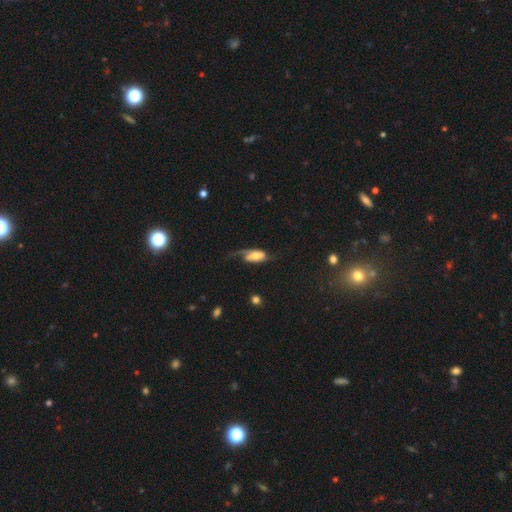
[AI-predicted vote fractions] smooth-or-featured: featured or disk: 57% | smooth: 35% | star or artifact: 8%
  disk-edge-on: no: 87% | yes: 13%
  merging: none: 38% | major disturbance: 37% | minor disturbance: 23% | merger: 3%